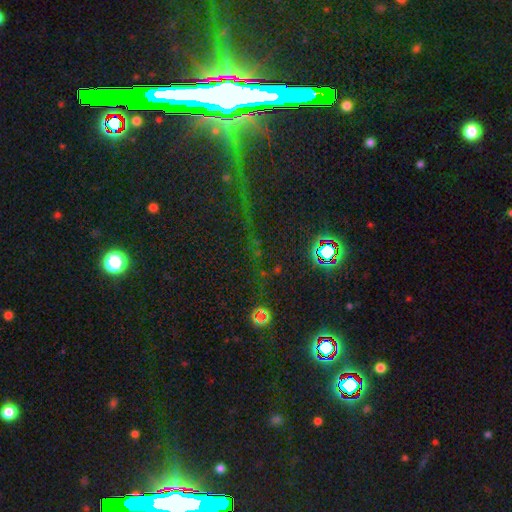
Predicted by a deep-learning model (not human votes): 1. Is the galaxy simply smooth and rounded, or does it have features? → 78% star or artifact, 13% smooth, 9% featured or disk.